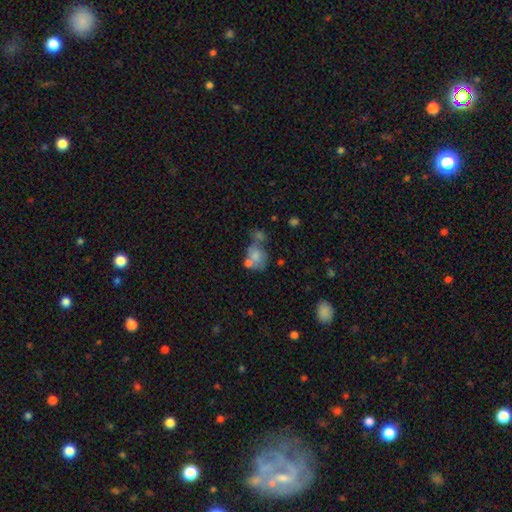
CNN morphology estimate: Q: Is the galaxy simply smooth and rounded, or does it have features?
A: smooth — 66%.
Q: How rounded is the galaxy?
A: in between — 52%.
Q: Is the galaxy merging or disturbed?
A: merger — 46%.